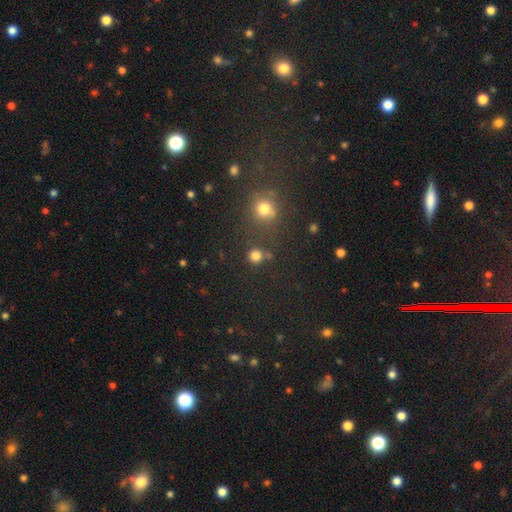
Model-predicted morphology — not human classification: Smooth or featured? smooth (78%)
How rounded? round (89%)
Merging? none (73%)